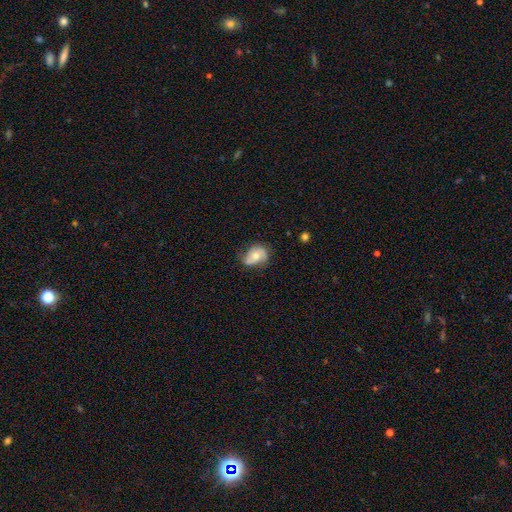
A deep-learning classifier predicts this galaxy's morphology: Smooth or featured? Predicted: featured or disk (p=0.51). Edge-on disk? Predicted: no (p=0.96). Merging? Predicted: none (p=0.56).